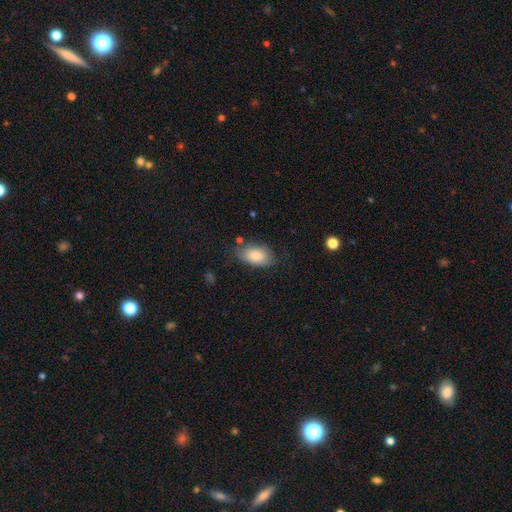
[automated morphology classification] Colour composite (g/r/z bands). It shows a smooth galaxy with no disk features (85%) that is in between round and cigar-shaped (93%). Merging: none (69%).